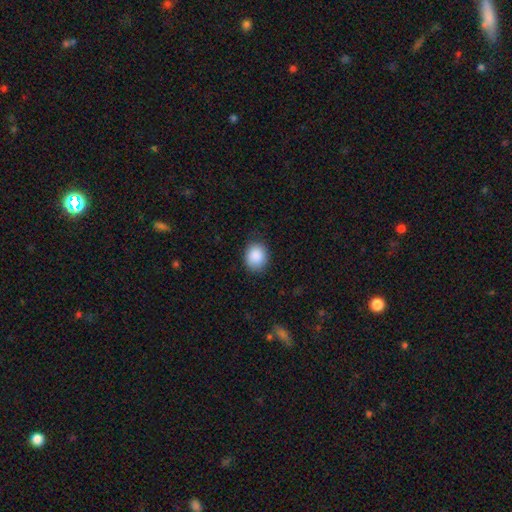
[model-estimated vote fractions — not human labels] Overall: smooth (89%). How rounded: round (59%; in between 40%). Merging: none (83%).